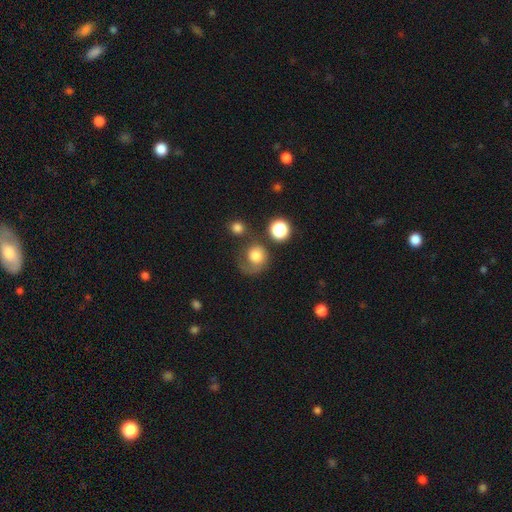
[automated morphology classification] smooth 70%, featured or disk 21%, star or artifact 9%. Down the decision tree: how rounded — round (79%); merging — none (36%).